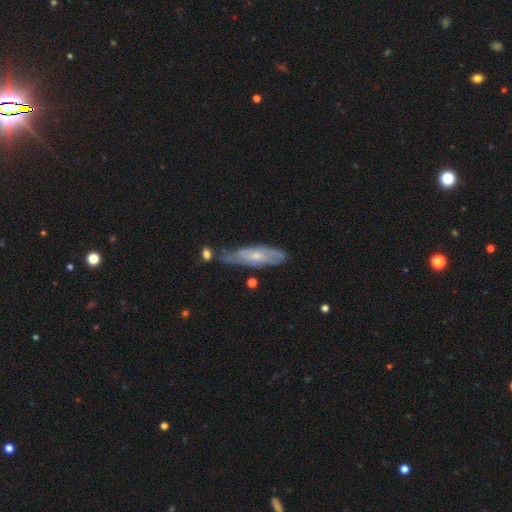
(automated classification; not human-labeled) A featured or disk galaxy (55%). Merging: none (57%).